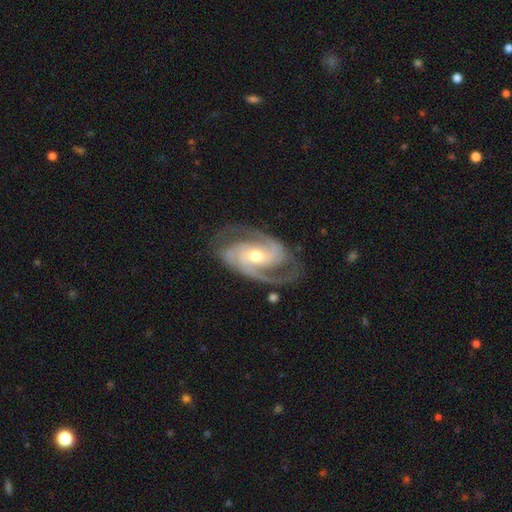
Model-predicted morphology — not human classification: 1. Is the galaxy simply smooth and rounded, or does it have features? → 93% featured or disk, 4% star or artifact, 3% smooth.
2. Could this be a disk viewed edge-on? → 97% no, 3% yes.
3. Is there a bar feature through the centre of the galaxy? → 45% no, 35% weak, 20% strong.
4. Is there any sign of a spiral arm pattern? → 98% yes, 2% no.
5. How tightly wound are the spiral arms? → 48% medium, 44% tight, 8% loose.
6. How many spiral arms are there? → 65% 2, 23% 3, 4% can't tell, 3% 4, 2% 1, 2% more than 4.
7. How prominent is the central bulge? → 65% moderate, 30% small, 4% large, 1% none, 1% dominant.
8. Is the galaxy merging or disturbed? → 77% none, 16% minor disturbance, 6% major disturbance, 1% merger.